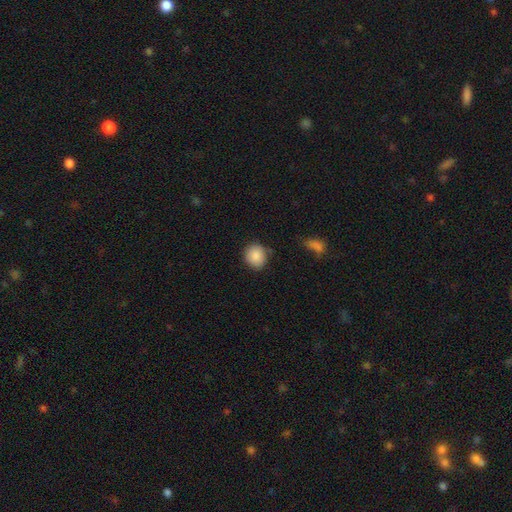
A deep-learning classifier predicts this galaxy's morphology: Q: Smooth or featured?
A: smooth (88%); runner-up: star or artifact (7%)
Q: How rounded?
A: round (77%); runner-up: in between (22%)
Q: Merging?
A: none (80%); runner-up: minor disturbance (14%)